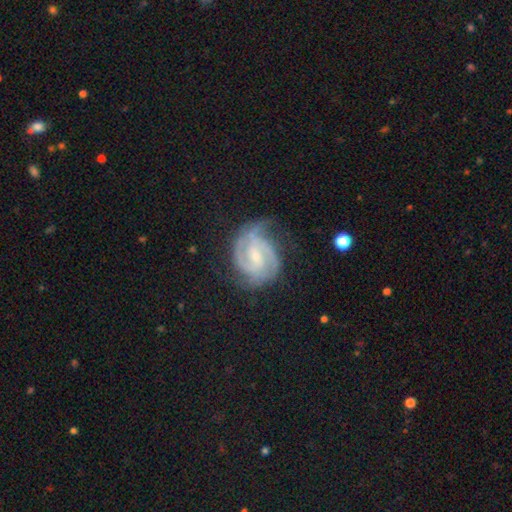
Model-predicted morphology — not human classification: This appears to be a featured or disk galaxy (90%) with a weak bar (57%), 2 (57%) tight (52%) spiral arms (98%) and a small central bulge (57%). Merging: none (63%).